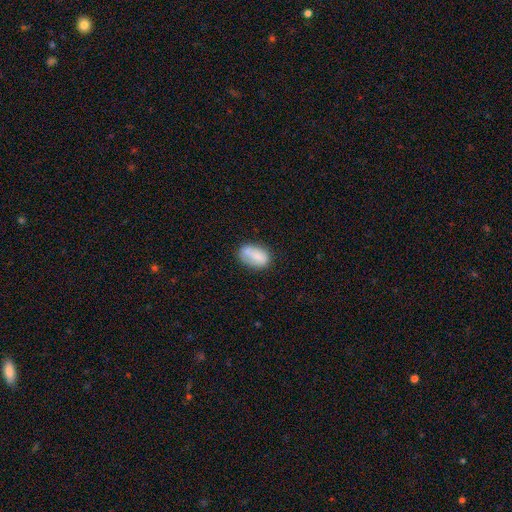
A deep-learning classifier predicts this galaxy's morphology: smooth_or_featured: smooth (p=0.77) [alt: featured or disk p=0.15]
how_rounded: in between (p=0.88) [alt: round p=0.09]
merging: none (p=0.55) [alt: minor disturbance p=0.24]